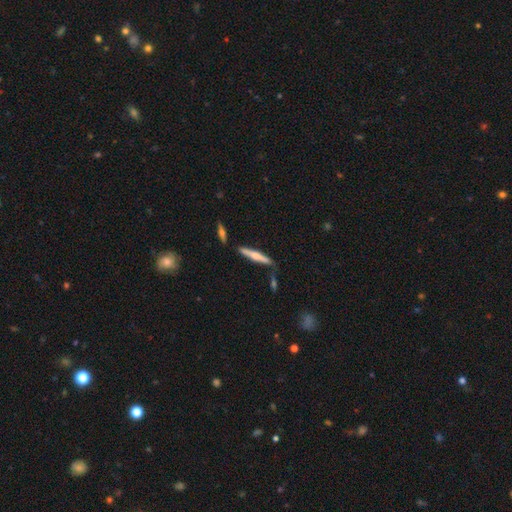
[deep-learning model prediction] A smooth galaxy with no disk features (51%) that is cigar-shaped (91%). Merging: none (76%).